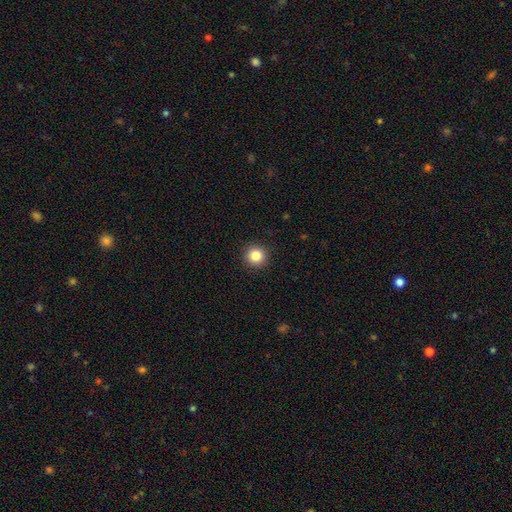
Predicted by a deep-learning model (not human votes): smooth_or_featured: smooth (p=0.85) [alt: star or artifact p=0.11]
how_rounded: round (p=0.95) [alt: in between p=0.04]
merging: none (p=0.92) [alt: minor disturbance p=0.05]